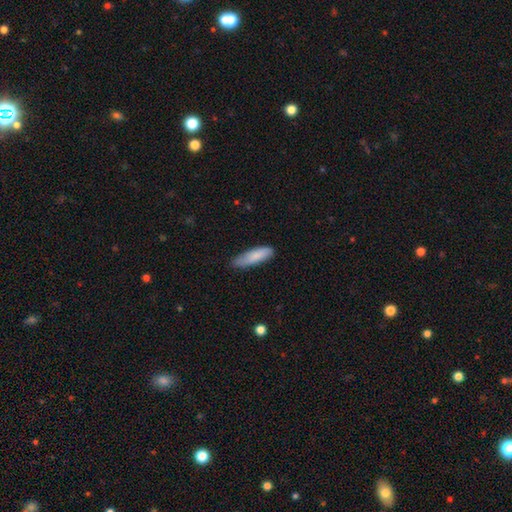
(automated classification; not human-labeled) smooth-or-featured: smooth: 84% | featured or disk: 11% | star or artifact: 6%
  how-rounded: cigar-shaped: 62% | in between: 37% | round: 1%
  merging: none: 73% | minor disturbance: 22% | major disturbance: 3% | merger: 1%